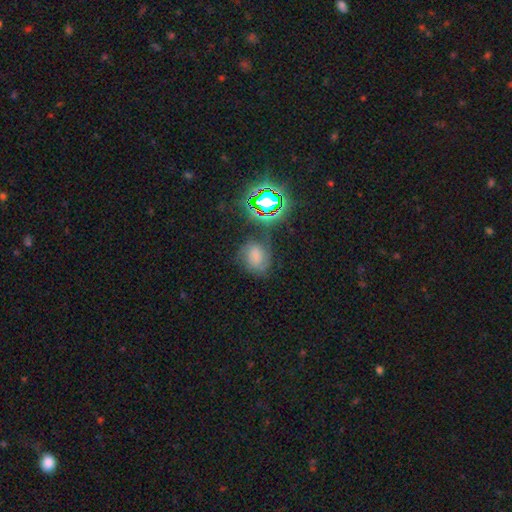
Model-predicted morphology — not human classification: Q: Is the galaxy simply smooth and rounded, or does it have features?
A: featured or disk — 39%.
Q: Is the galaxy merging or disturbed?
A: none — 60%.